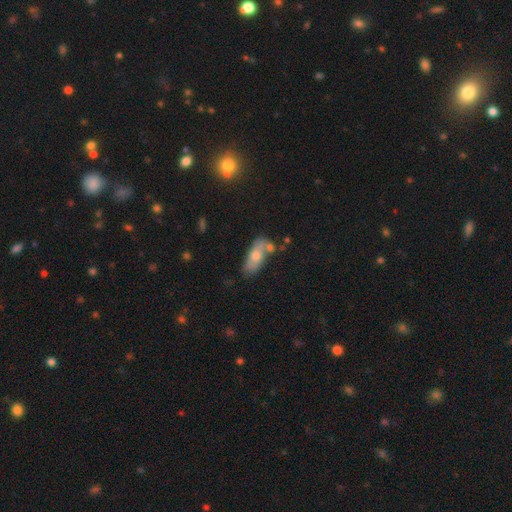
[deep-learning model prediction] Smooth or featured: smooth — 62% (featured or disk — 30%)
How rounded: in between — 78% (cigar-shaped — 18%)
Merging: none — 55% (minor disturbance — 21%)